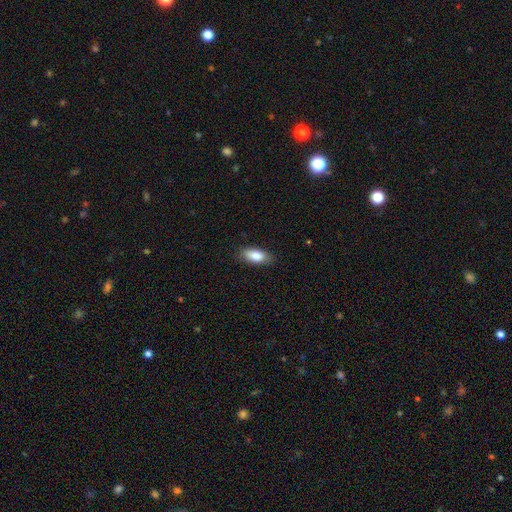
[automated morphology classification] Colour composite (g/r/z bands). It shows a smooth galaxy with no disk features (85%) that is in between round and cigar-shaped (87%). Merging: none (84%).